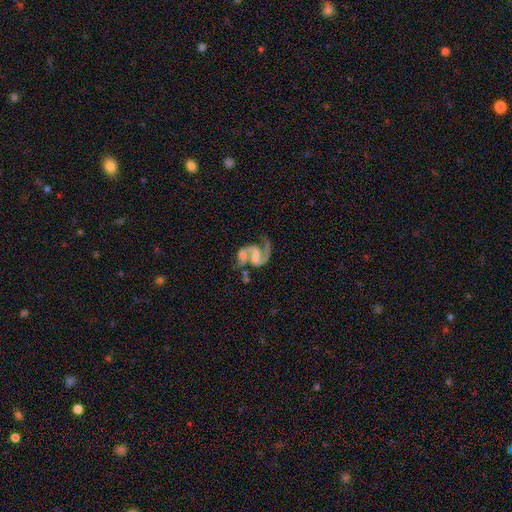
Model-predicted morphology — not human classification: Smooth or featured? featured or disk (88%)
Edge-on disk? no (98%)
Bar? weak (41%)
Spiral arms? yes (96%)
Spiral winding? medium (50%)
Spiral arm count? 2 (82%)
Bulge size? none (45%)
Merging? none (35%)